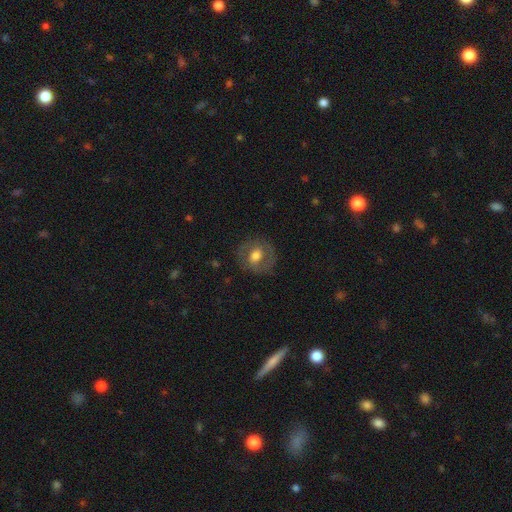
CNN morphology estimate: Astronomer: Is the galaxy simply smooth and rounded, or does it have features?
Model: smooth — 49% (runner-up: featured or disk, 43%).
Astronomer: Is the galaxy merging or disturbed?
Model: none — 78%.